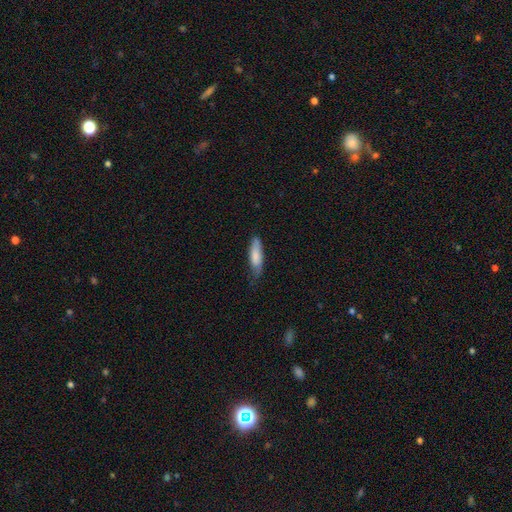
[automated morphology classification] This is likely a smooth galaxy (80%). How rounded: possibly cigar-shaped (56%). Merging: possibly none (58%).